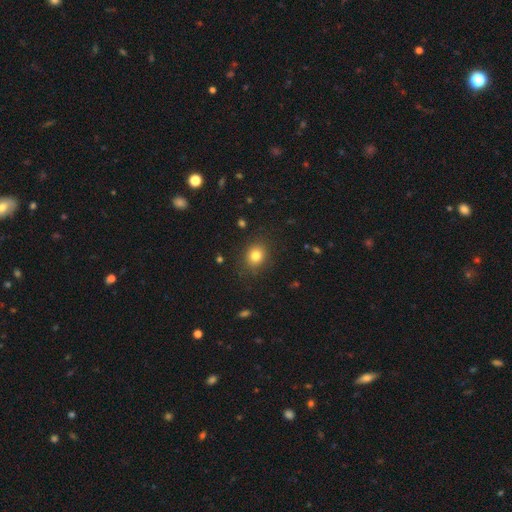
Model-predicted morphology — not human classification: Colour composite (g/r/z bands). It shows a smooth galaxy with no disk features (81%) that is round (68%). Merging: none (86%).